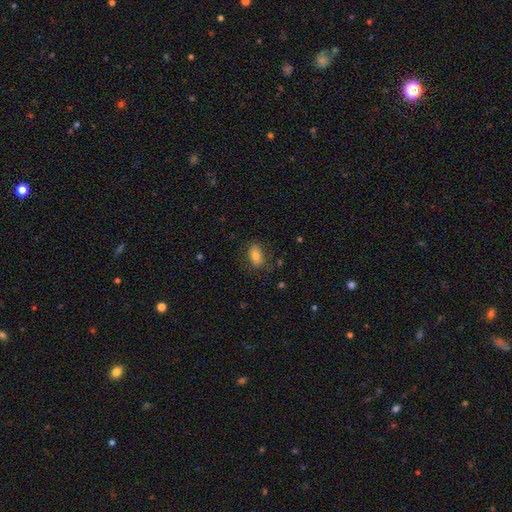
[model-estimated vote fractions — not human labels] Smooth or featured? Predicted: smooth (p=0.79). How rounded? Predicted: in between (p=0.87). Merging? Predicted: none (p=0.80).